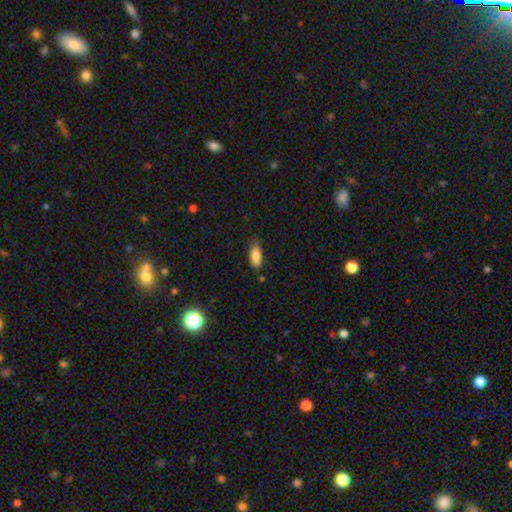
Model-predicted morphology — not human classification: Smooth or featured: smooth — 85% (featured or disk — 7%)
How rounded: in between — 86% (cigar-shaped — 11%)
Merging: none — 70% (minor disturbance — 24%)